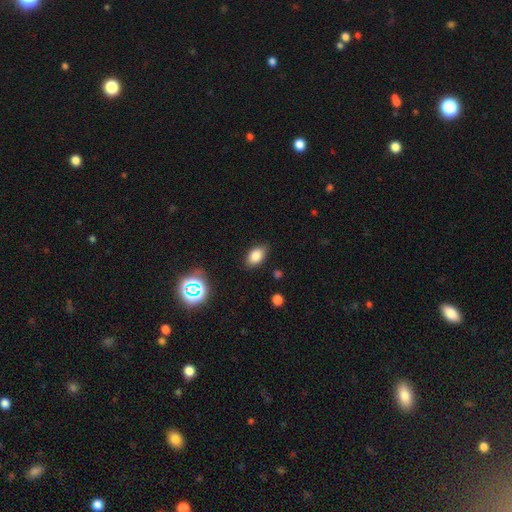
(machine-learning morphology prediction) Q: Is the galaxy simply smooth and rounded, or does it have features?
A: smooth — 81%.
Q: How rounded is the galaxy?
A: in between — 88%.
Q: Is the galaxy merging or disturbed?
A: none — 84%.